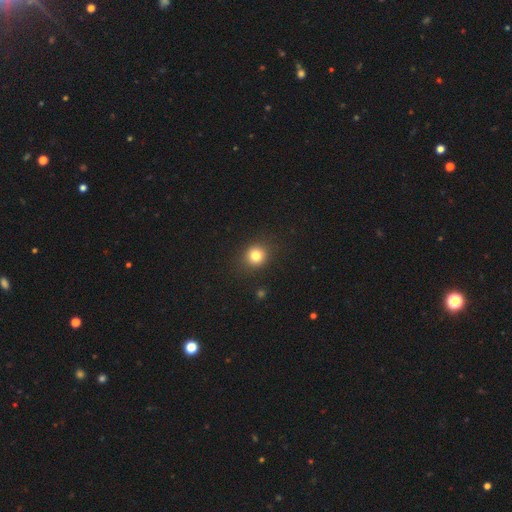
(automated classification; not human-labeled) Smooth or featured: smooth — 80% (star or artifact — 13%)
How rounded: round — 84% (in between — 15%)
Merging: none — 88% (minor disturbance — 8%)